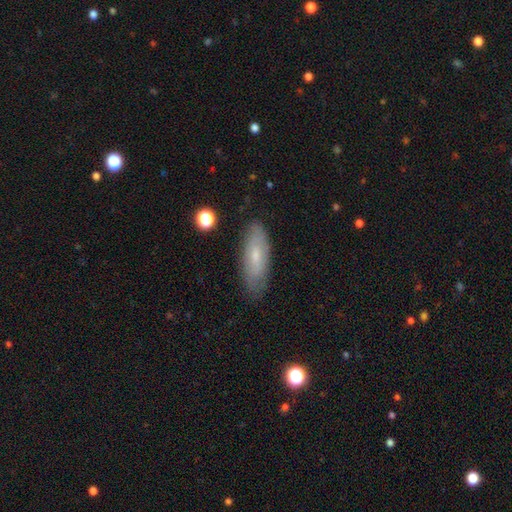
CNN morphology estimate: A smooth galaxy with no disk features (59%) that is in between round and cigar-shaped (65%).

Vote fractions:
- Smooth or featured? smooth: 59% / featured or disk: 34% / star or artifact: 7%
- How rounded? in between: 65% / cigar-shaped: 33% / round: 2%
- Merging? none: 81% / minor disturbance: 15% / major disturbance: 3% / merger: 1%